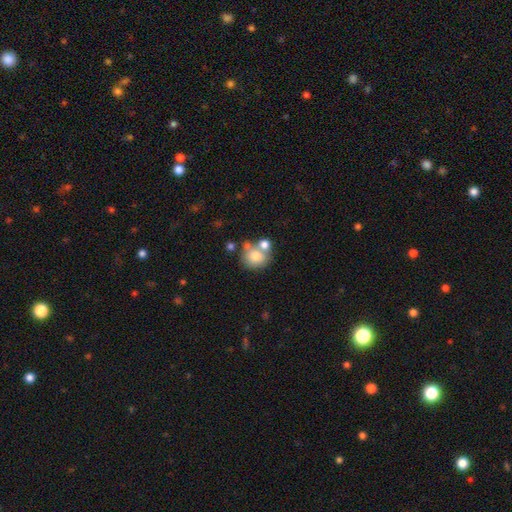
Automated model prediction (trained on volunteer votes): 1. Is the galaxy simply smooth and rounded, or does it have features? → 73% smooth, 17% featured or disk, 10% star or artifact.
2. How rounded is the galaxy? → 81% round, 18% in between, 1% cigar-shaped.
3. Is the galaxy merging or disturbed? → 48% none, 36% merger, 11% minor disturbance, 5% major disturbance.